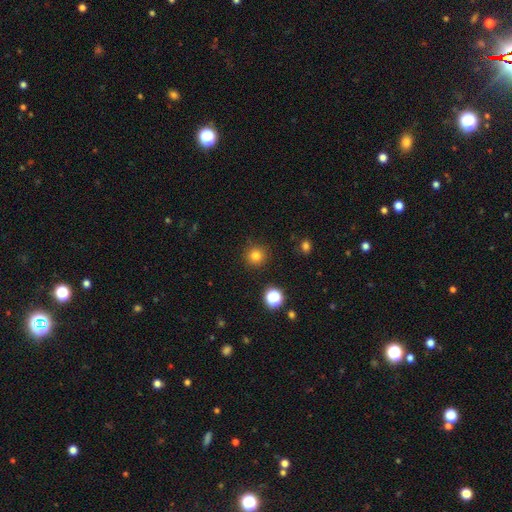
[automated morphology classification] A smooth galaxy with no disk features (80%) that is round (95%). Merging: none (90%).